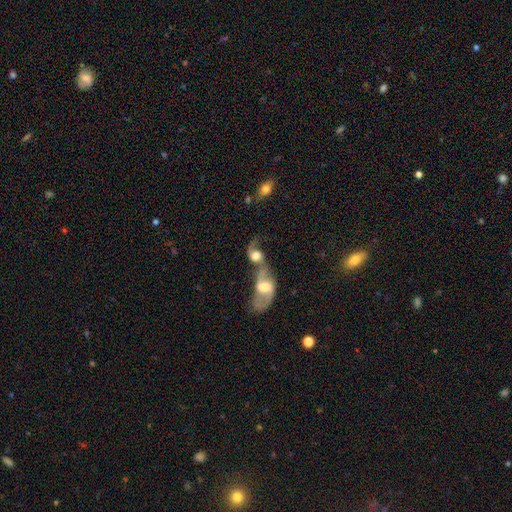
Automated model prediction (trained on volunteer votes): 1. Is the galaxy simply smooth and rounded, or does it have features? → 60% featured or disk, 31% smooth, 9% star or artifact.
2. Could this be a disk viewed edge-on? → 92% no, 8% yes.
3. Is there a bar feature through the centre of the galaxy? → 53% no, 36% weak, 11% strong.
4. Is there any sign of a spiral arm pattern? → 80% yes, 20% no.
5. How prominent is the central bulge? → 42% moderate, 38% large, 10% small, 5% none, 4% dominant.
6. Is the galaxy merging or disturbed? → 74% merger, 13% none, 7% major disturbance, 6% minor disturbance.